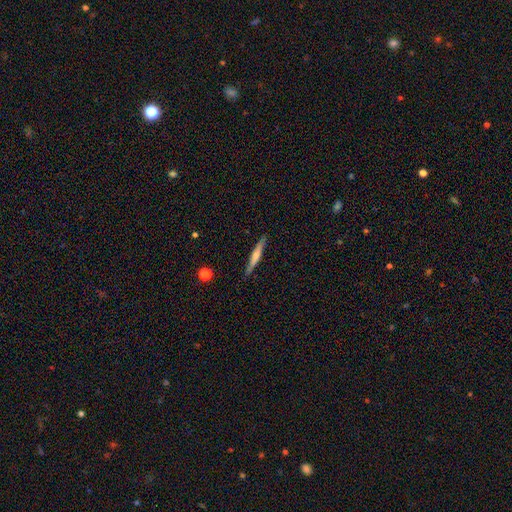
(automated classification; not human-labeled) Morphology: type=smooth (47%); merging=none (86%).